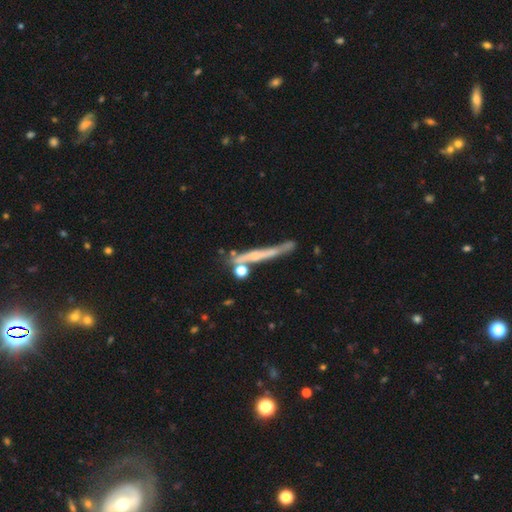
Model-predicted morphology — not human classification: type=featured or disk (56%); edge-on=yes (89%); merging=none (61%).